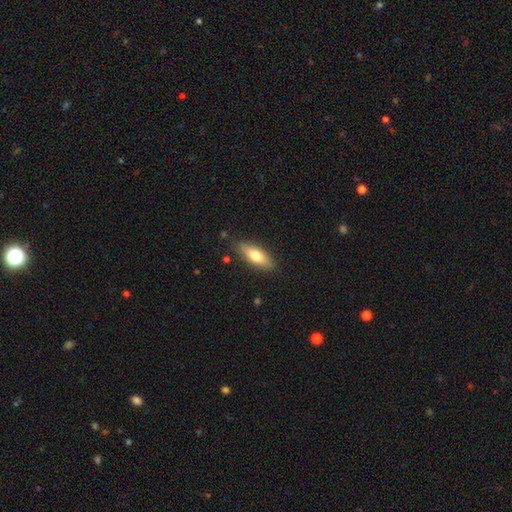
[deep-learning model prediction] Smooth or featured? smooth (70%)
How rounded? in between (65%)
Merging? none (84%)